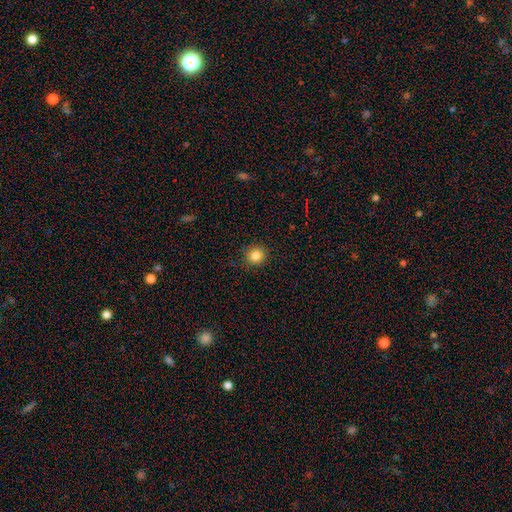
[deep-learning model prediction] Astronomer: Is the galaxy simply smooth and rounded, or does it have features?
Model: smooth — 85%.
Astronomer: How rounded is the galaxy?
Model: round — 91%.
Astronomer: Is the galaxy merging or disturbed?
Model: none — 90%.